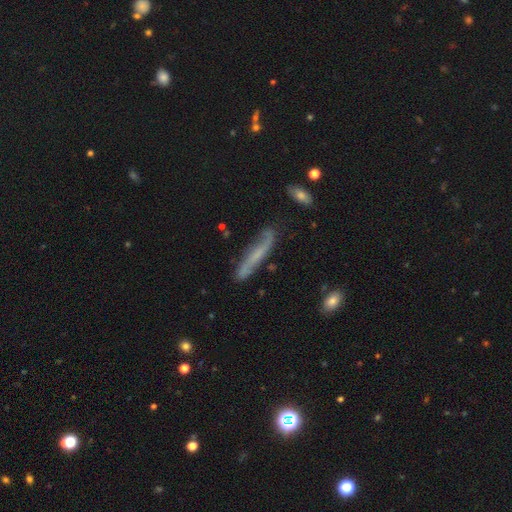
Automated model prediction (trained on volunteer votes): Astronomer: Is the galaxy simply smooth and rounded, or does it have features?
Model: featured or disk — 58%.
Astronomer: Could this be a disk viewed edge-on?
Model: yes — 53% (runner-up: no, 47%).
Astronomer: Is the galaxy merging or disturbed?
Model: none — 68%.